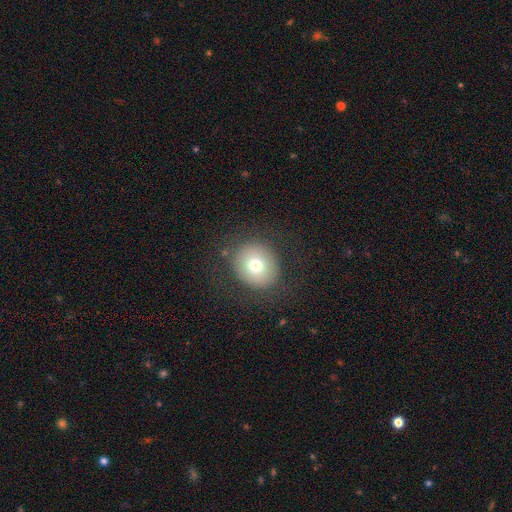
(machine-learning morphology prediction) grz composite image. It shows a smooth galaxy with no disk features (63%) that is round (83%). Merging: none (86%).